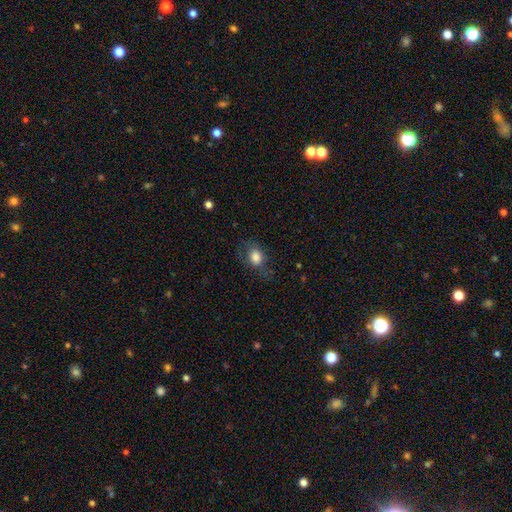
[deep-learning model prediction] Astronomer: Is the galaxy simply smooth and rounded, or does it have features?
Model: smooth — 80%.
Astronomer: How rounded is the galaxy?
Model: in between — 65%.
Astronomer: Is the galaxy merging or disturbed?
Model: none — 63%.